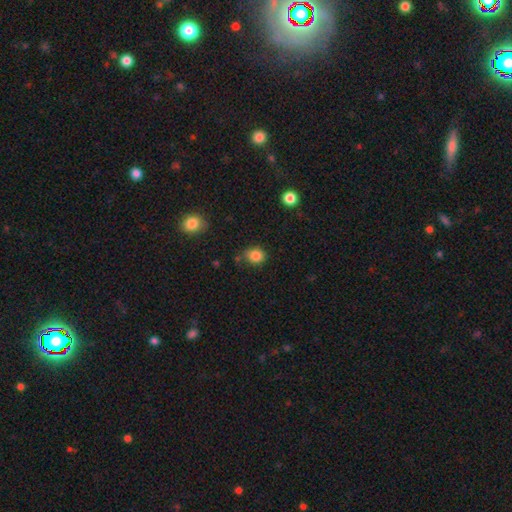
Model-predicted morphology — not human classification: smooth_or_featured: smooth (p=0.84) [alt: star or artifact p=0.11]
how_rounded: round (p=0.62) [alt: in between p=0.37]
merging: none (p=0.70) [alt: minor disturbance p=0.21]